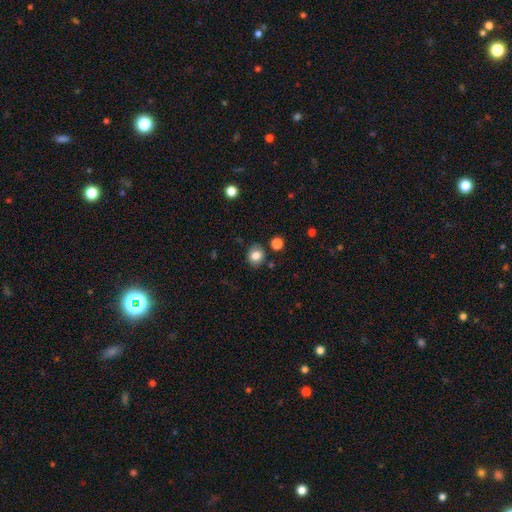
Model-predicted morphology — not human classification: Smooth or featured? smooth (82%)
How rounded? round (78%)
Merging? none (83%)